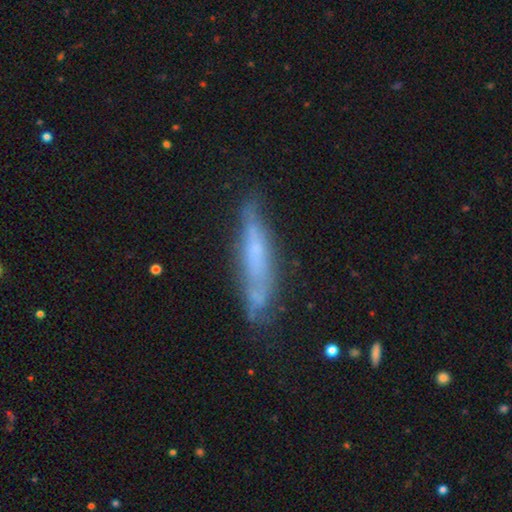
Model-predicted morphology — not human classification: Smooth or featured? featured or disk (51%)
Edge-on disk? yes (66%)
Merging? none (67%)